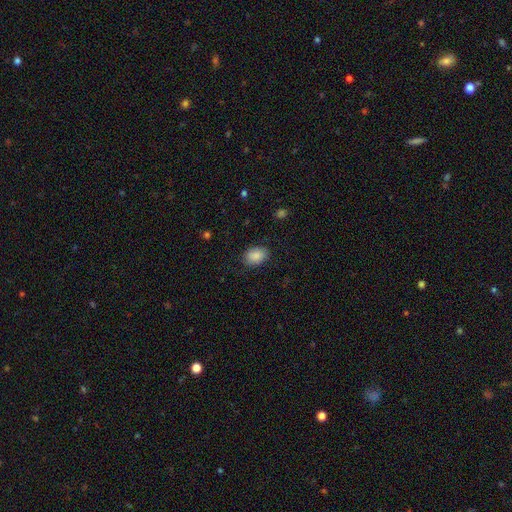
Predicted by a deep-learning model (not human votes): Smooth or featured? Predicted: smooth (p=0.87). How rounded? Predicted: in between (p=0.82). Merging? Predicted: none (p=0.81).